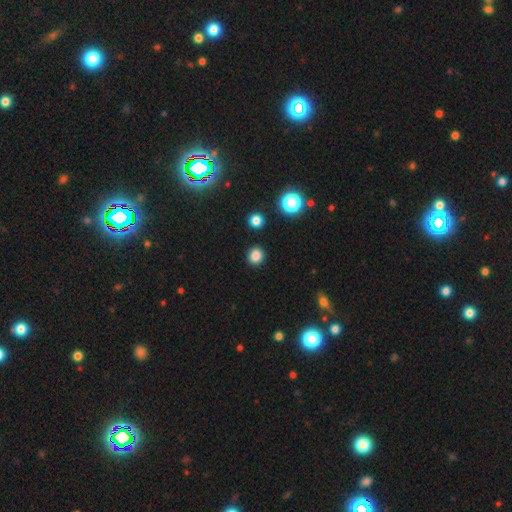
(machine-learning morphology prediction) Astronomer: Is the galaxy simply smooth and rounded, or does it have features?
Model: smooth — 84%.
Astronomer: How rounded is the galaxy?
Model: round — 88%.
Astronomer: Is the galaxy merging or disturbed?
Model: none — 91%.